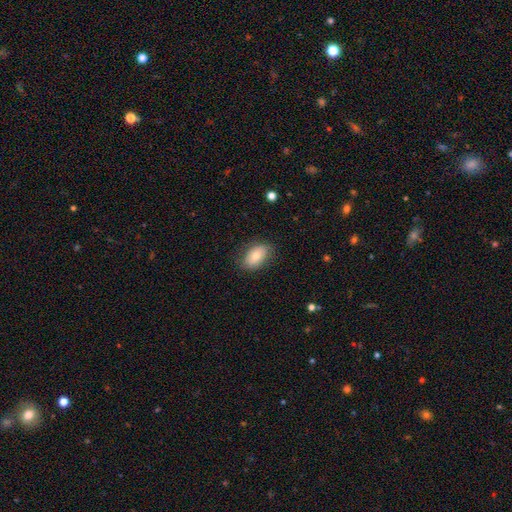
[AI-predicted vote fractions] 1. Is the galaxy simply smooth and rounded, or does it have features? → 72% smooth, 20% featured or disk, 8% star or artifact.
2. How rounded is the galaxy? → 89% in between, 10% round, 2% cigar-shaped.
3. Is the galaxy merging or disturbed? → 80% none, 15% minor disturbance, 4% major disturbance, 1% merger.